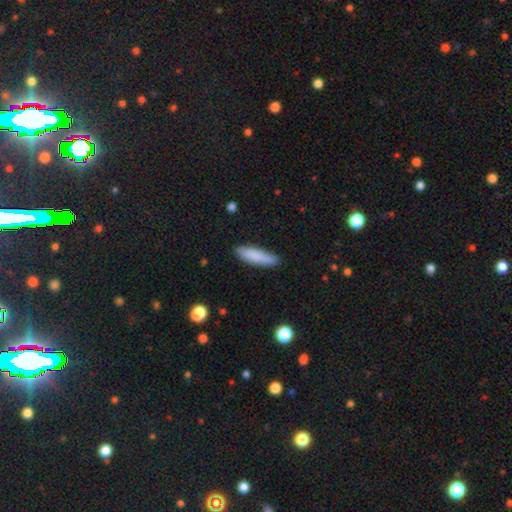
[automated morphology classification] type=smooth (84%); roundness=cigar-shaped (70%); merging=none (85%).